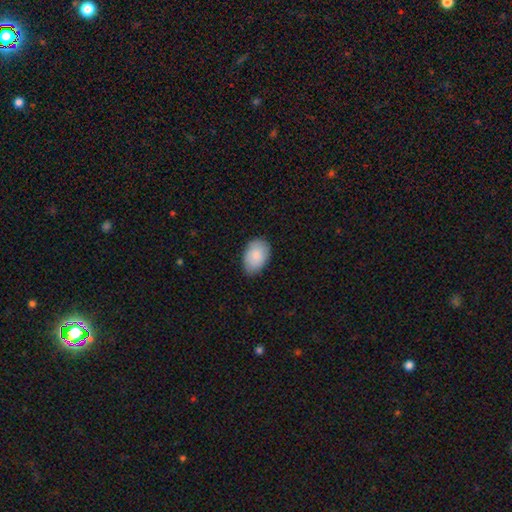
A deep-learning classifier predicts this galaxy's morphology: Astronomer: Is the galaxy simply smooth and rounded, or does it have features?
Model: smooth — 87%.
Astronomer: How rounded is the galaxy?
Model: in between — 90%.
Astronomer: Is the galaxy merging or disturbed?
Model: none — 78%.